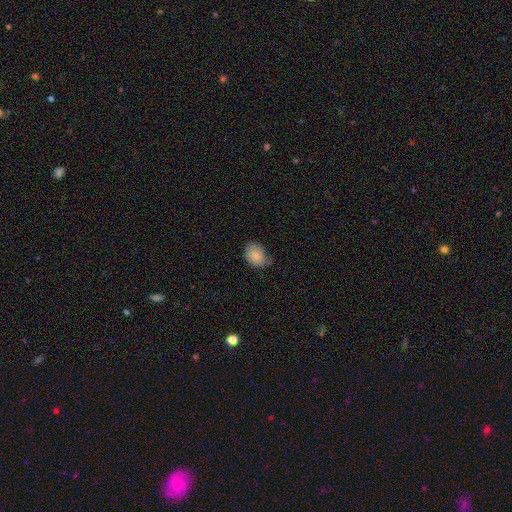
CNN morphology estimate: Smooth or featured: smooth — 82% (featured or disk — 11%)
How rounded: in between — 70% (round — 29%)
Merging: none — 50% (minor disturbance — 39%)